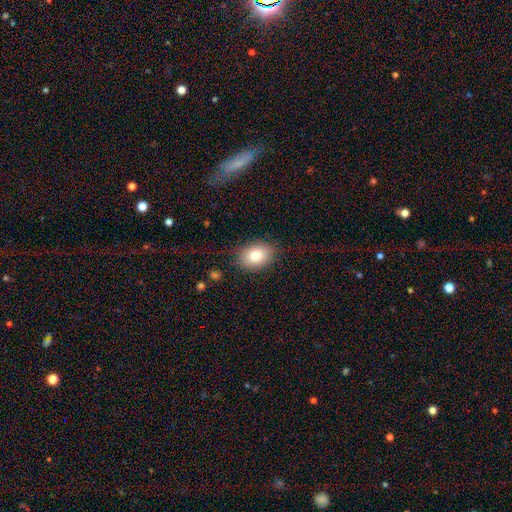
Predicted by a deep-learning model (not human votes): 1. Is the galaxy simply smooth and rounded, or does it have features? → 80% smooth, 12% featured or disk, 9% star or artifact.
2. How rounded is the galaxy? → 78% in between, 21% round, 1% cigar-shaped.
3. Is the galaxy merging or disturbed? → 84% none, 12% minor disturbance, 3% major disturbance, 1% merger.